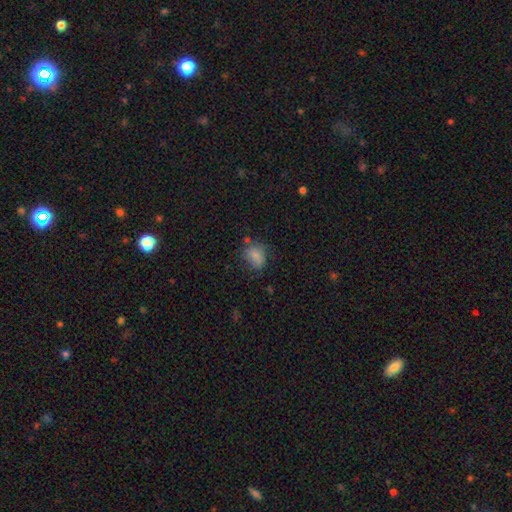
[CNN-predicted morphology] A smooth galaxy with no disk features (79%) that is in between round and cigar-shaped (59%).

Vote fractions:
- Smooth or featured? smooth: 79% / featured or disk: 11% / star or artifact: 10%
- How rounded? in between: 59% / round: 39% / cigar-shaped: 1%
- Merging? none: 61% / minor disturbance: 25% / major disturbance: 9% / merger: 5%